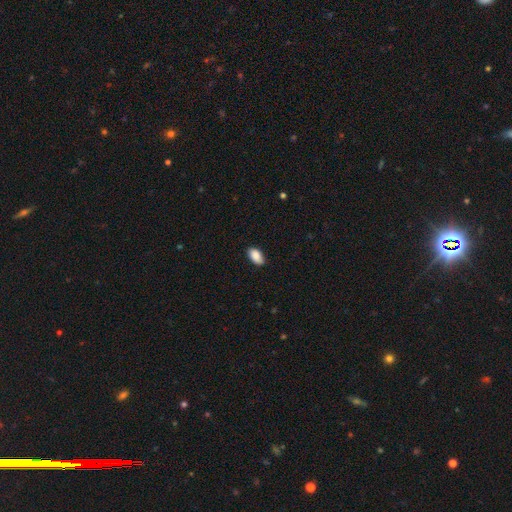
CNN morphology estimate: type=smooth (89%); roundness=in between (94%); merging=none (84%).